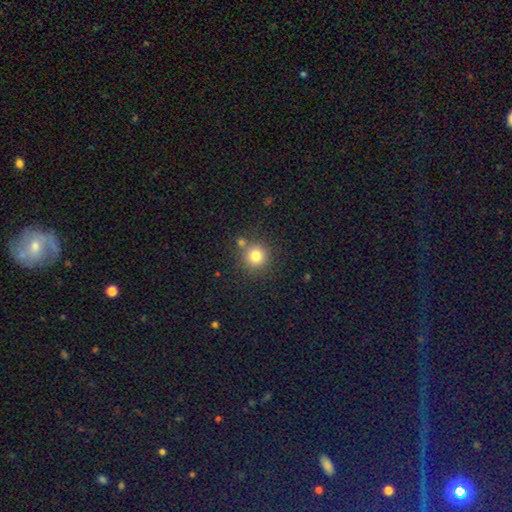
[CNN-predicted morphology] smooth-or-featured: smooth: 79% | star or artifact: 14% | featured or disk: 8%
  how-rounded: round: 93% | in between: 6% | cigar-shaped: 1%
  merging: none: 77% | merger: 11% | minor disturbance: 9% | major disturbance: 3%